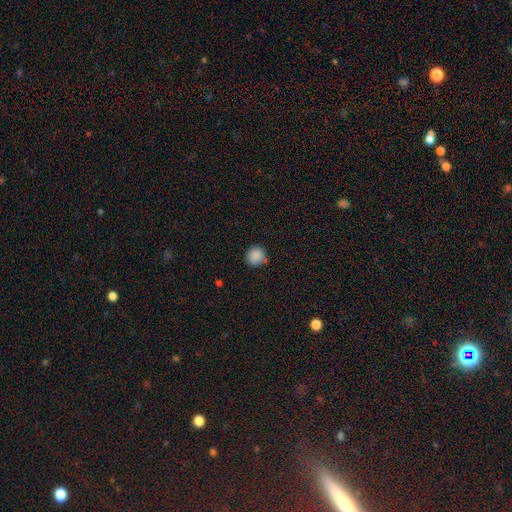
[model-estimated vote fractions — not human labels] The model was most divided on "merging": none: 76%, minor disturbance: 18%, major disturbance: 3%, merger: 3%. More confident: how rounded — round (92%); smooth or featured — smooth (87%).